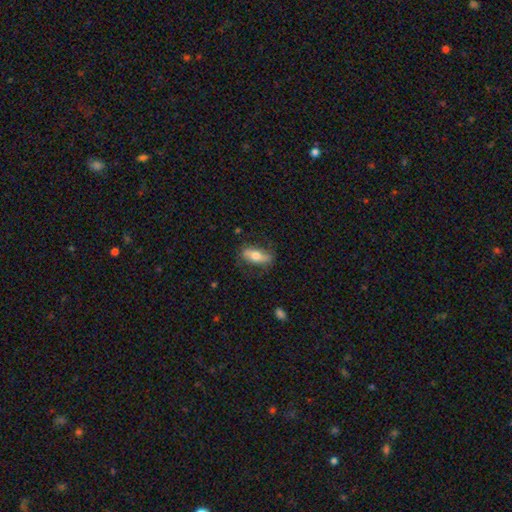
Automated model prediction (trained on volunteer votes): Smooth or featured? smooth (58%)
How rounded? in between (70%)
Merging? none (72%)